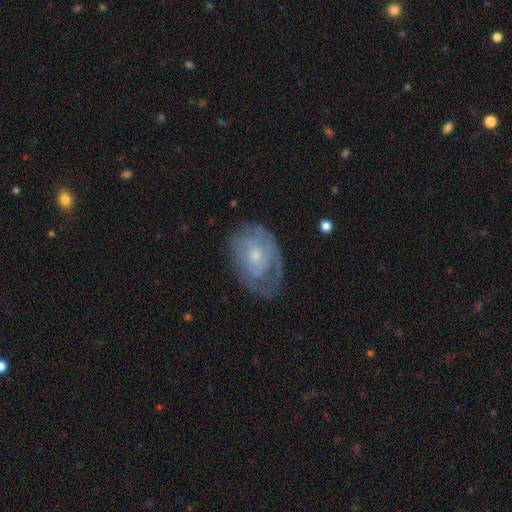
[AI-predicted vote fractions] Smooth or featured?
  - featured or disk: 57% *
  - smooth: 35%
  - star or artifact: 8%
Edge-on disk?
  - no: 95% *
  - yes: 5%
Bar?
  - no: 81% *
  - weak: 16%
  - strong: 2%
Spiral arms?
  - yes: 61% *
  - no: 39%
Bulge size?
  - small: 66% *
  - moderate: 28%
  - none: 3%
  - large: 2%
  - dominant: 1%
Merging?
  - none: 55% *
  - minor disturbance: 27%
  - major disturbance: 17%
  - merger: 1%